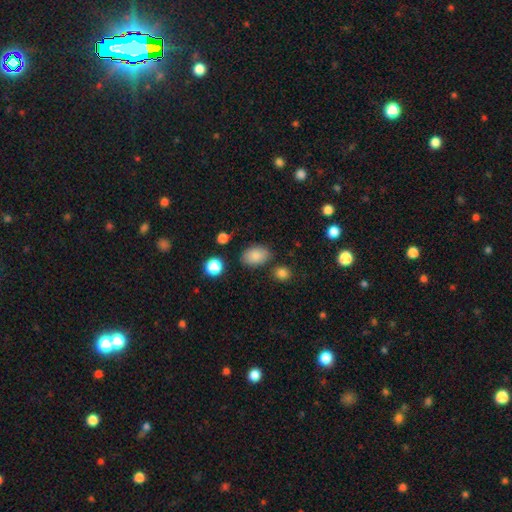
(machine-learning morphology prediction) This is clearly a smooth galaxy (85%). How rounded: clearly in between (86%). Merging: likely none (80%).